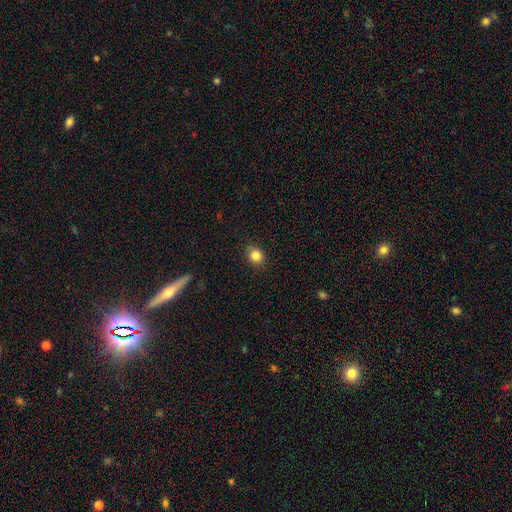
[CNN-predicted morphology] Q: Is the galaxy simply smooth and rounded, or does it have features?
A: smooth — 85%.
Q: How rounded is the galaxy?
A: round — 68%.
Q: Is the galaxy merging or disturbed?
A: none — 89%.